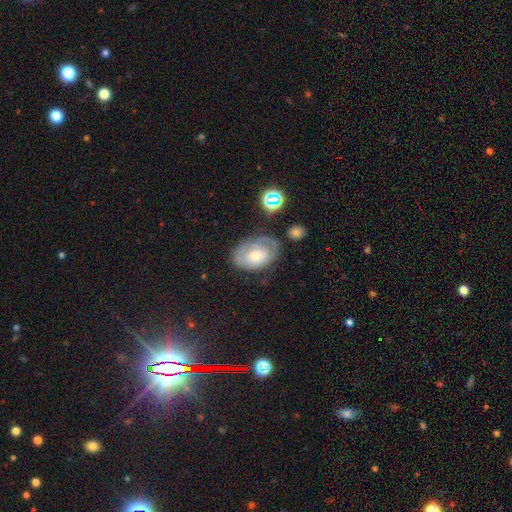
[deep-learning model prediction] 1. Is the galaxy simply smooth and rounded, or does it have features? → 48% featured or disk, 44% smooth, 8% star or artifact.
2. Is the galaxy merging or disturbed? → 54% none, 27% minor disturbance, 14% major disturbance, 4% merger.